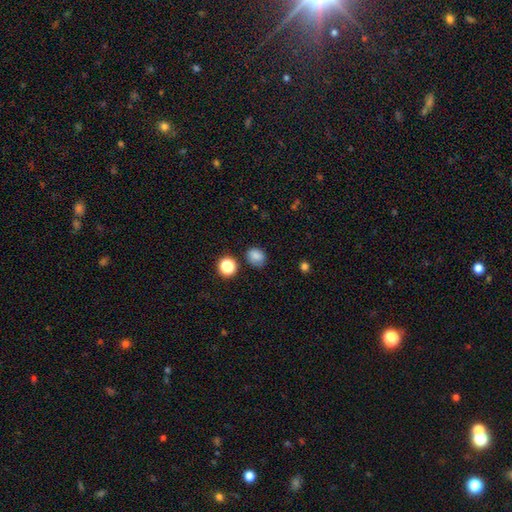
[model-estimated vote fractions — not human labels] A smooth galaxy with no disk features (81%) that is round (52%).

Vote fractions:
- Smooth or featured? smooth: 81% / star or artifact: 13% / featured or disk: 6%
- How rounded? round: 52% / in between: 46% / cigar-shaped: 1%
- Merging? none: 73% / minor disturbance: 18% / major disturbance: 4% / merger: 4%